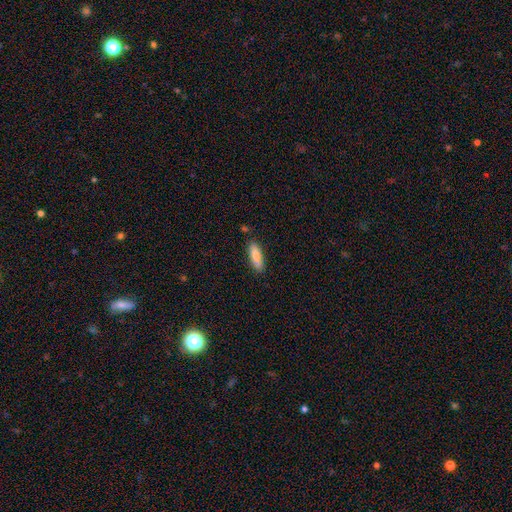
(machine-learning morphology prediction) Q: Smooth or featured?
A: smooth (84%); runner-up: featured or disk (10%)
Q: How rounded?
A: cigar-shaped (49%); tied with: in between (49%)
Q: Merging?
A: none (85%); runner-up: minor disturbance (10%)